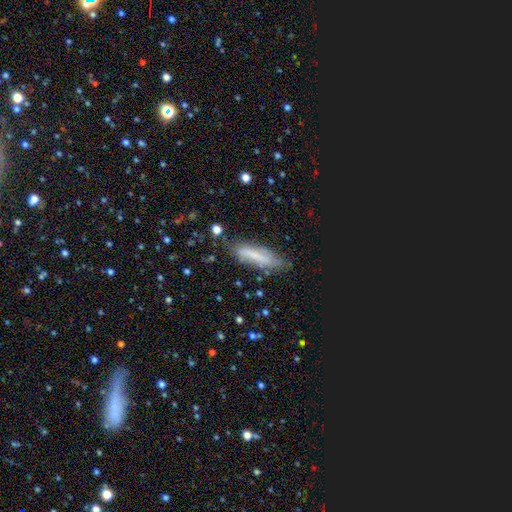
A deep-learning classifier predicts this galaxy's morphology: A smooth galaxy with no disk features (56%) that is cigar-shaped (63%).

Vote fractions:
- Smooth or featured? smooth: 56% / featured or disk: 35% / star or artifact: 9%
- How rounded? cigar-shaped: 63% / in between: 36% / round: 2%
- Merging? none: 71% / minor disturbance: 21% / major disturbance: 6% / merger: 3%